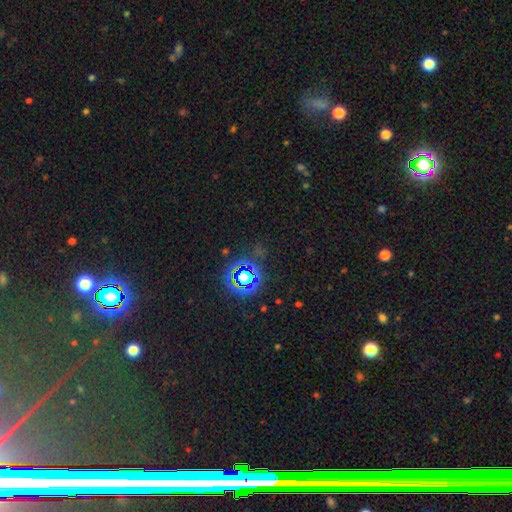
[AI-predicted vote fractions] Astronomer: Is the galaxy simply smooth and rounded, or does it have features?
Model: star or artifact — 77%.